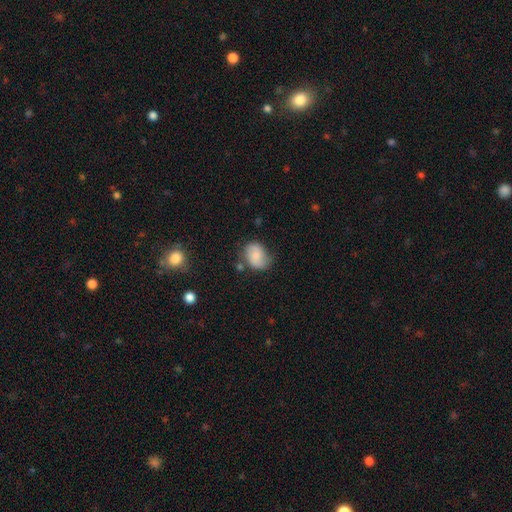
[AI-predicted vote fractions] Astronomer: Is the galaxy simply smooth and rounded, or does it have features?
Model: smooth — 64%.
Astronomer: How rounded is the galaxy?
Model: in between — 58% (runner-up: round, 41%).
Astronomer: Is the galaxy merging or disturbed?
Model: none — 55% (runner-up: minor disturbance, 31%).